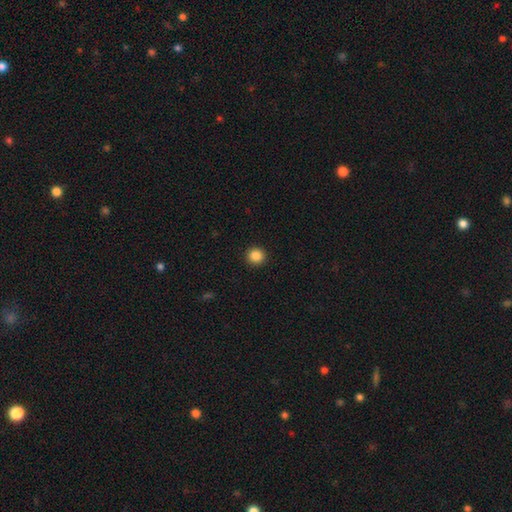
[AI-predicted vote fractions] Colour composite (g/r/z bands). It shows a smooth galaxy with no disk features (86%) that is round (94%). Merging: none (93%).